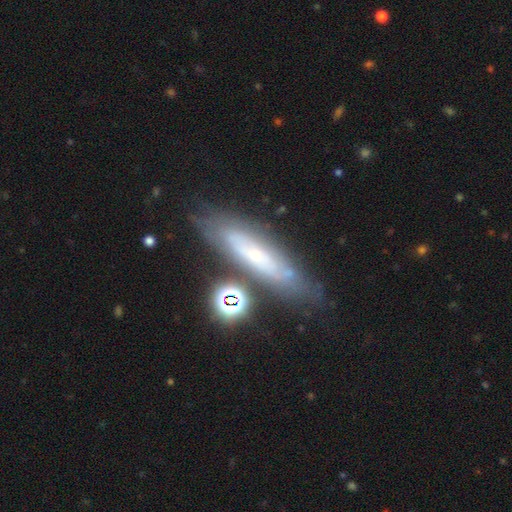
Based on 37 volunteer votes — Q: Smooth or featured?
A: featured or disk (46%); runner-up: smooth (43%)
Q: Edge-on disk?
A: no (65%); runner-up: yes (35%)
Q: Bar?
A: no (73%); runner-up: strong (18%)
Q: Spiral arms?
A: yes (55%); runner-up: no (45%)
Q: Spiral winding?
A: tight (67%); runner-up: medium (33%)
Q: Spiral arm count?
A: can't tell (100%)
Q: Bulge size?
A: small (73%); runner-up: moderate (18%)
Q: Merging?
A: none (58%); runner-up: minor disturbance (30%)